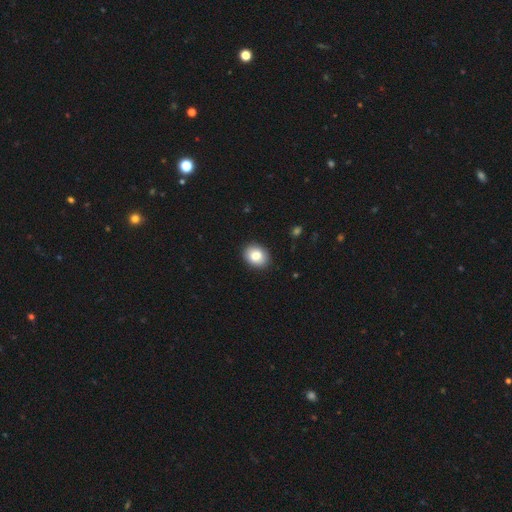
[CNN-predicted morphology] Smooth or featured? Predicted: smooth (p=0.83). How rounded? Predicted: in between (p=0.56). Merging? Predicted: none (p=0.89).